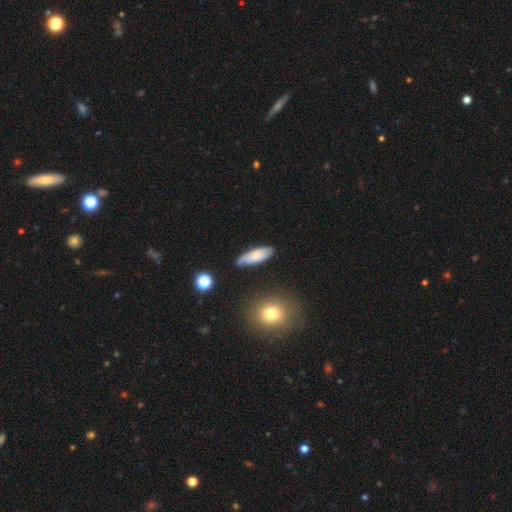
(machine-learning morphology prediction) A smooth galaxy with no disk features (70%) that is in between round and cigar-shaped (62%). Merging: none (70%).